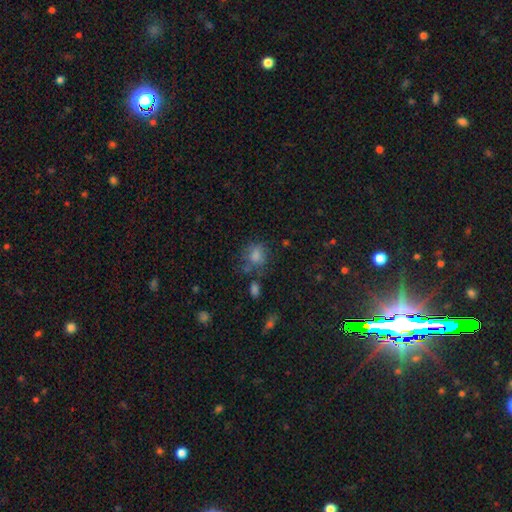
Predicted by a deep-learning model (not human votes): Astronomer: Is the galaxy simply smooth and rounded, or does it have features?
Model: smooth — 64%.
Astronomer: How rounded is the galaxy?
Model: round — 71%.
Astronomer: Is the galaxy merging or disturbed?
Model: none — 61%.